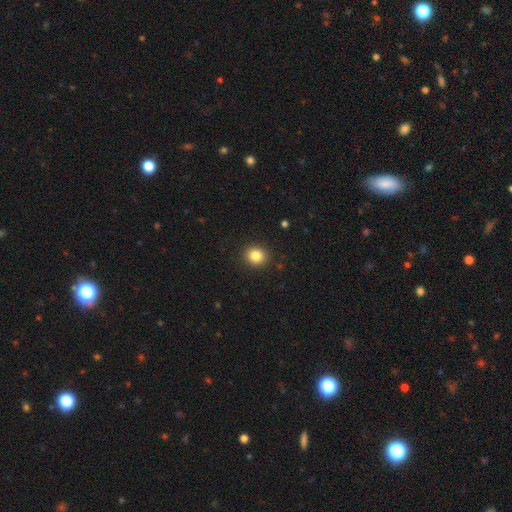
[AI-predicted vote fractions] smooth-or-featured: smooth: 84% | star or artifact: 11% | featured or disk: 6%
  how-rounded: round: 82% | in between: 17% | cigar-shaped: 1%
  merging: none: 91% | minor disturbance: 6% | major disturbance: 2% | merger: 1%